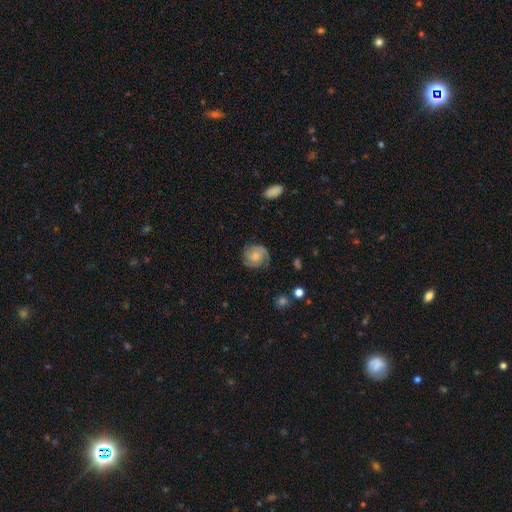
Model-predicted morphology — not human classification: This appears to be a featured or disk galaxy (57%) with no bar (75%), 2 (52%) tight (59%) spiral arms (90%) and a moderate central bulge (42%, tied with small). Merging: none (77%).